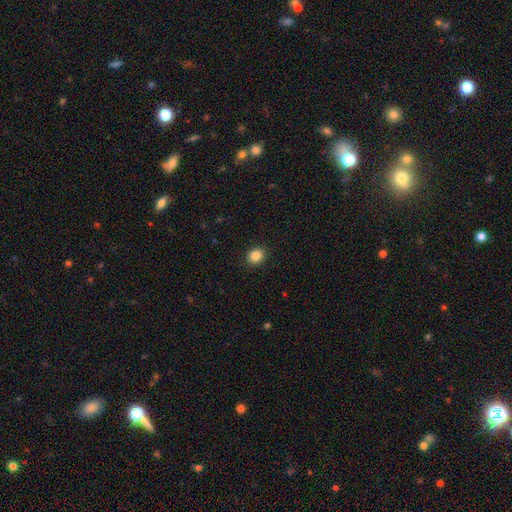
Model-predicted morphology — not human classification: Overall: smooth (85%). How rounded: round (69%; in between 30%). Merging: none (91%).